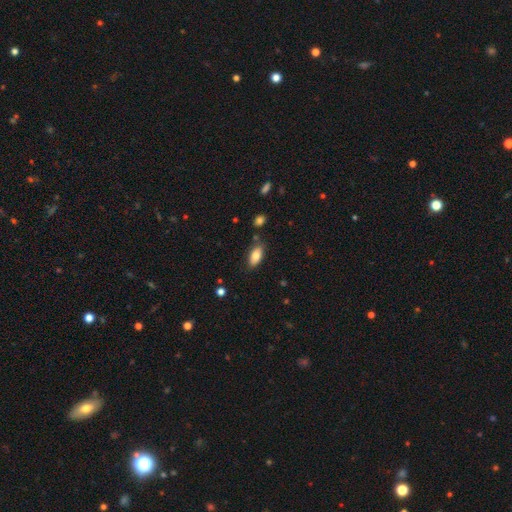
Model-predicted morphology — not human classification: A smooth galaxy with no disk features (80%) that is in between round and cigar-shaped (90%). Merging: none (79%).